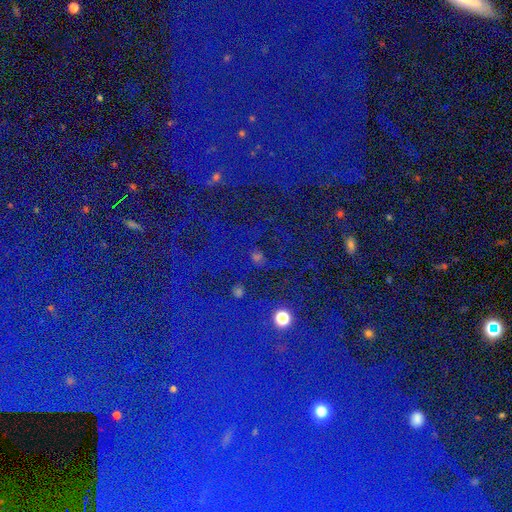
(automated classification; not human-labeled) A star or artifact, not a galaxy (83%).

Vote fractions:
- Smooth or featured? star or artifact: 83% / smooth: 9% / featured or disk: 8%